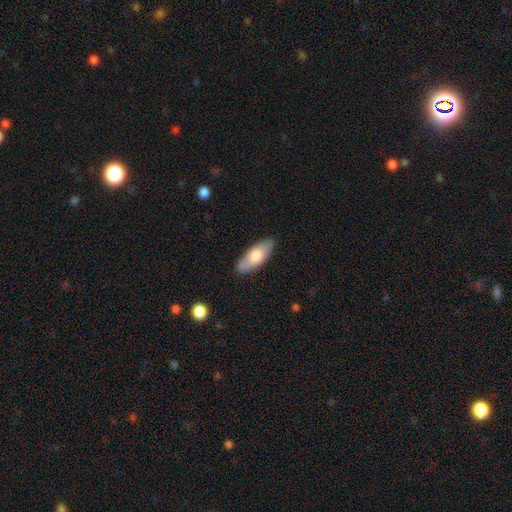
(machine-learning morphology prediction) The model was most divided on "smooth or featured": smooth: 72%, featured or disk: 22%, star or artifact: 5%. More confident: merging — none (84%); how rounded — in between (76%).